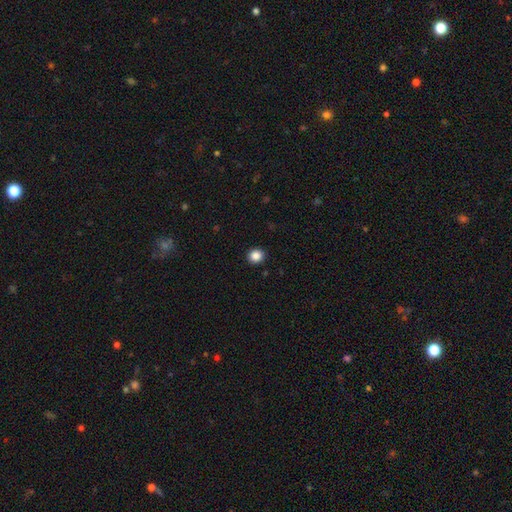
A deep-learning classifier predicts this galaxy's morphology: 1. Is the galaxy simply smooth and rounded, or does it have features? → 86% smooth, 11% star or artifact, 4% featured or disk.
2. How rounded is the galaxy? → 88% round, 11% in between, 1% cigar-shaped.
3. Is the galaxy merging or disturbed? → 92% none, 5% minor disturbance, 2% major disturbance, 1% merger.